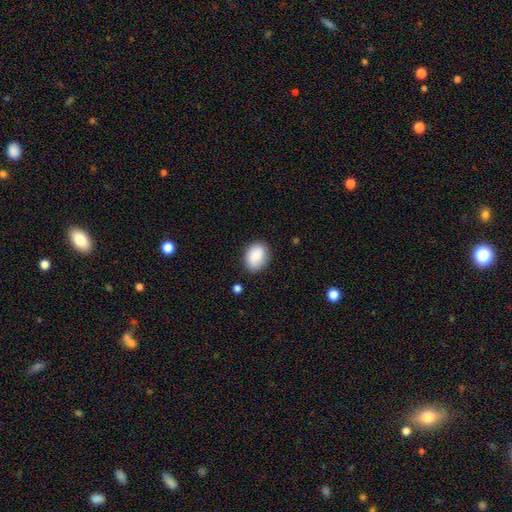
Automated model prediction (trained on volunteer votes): This is clearly a smooth galaxy (85%). How rounded: likely in between (64%). Merging: clearly none (81%).